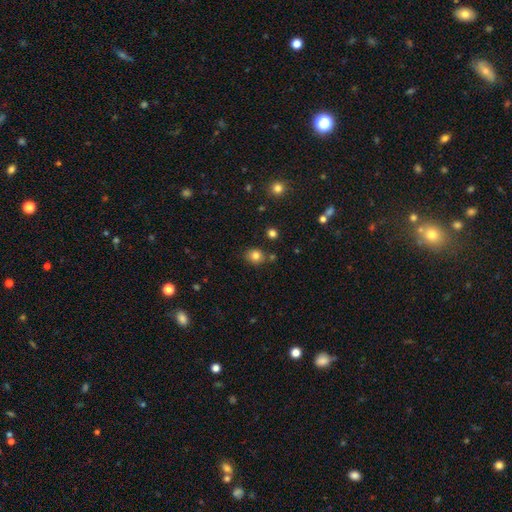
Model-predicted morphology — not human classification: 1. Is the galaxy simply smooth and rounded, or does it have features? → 81% smooth, 13% star or artifact, 7% featured or disk.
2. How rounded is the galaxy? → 71% round, 28% in between, 1% cigar-shaped.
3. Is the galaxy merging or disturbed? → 80% none, 11% minor disturbance, 7% merger, 3% major disturbance.